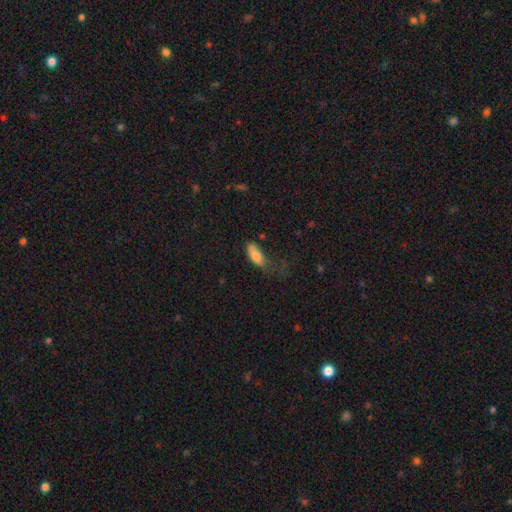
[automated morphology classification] The model was most divided on "merging": major disturbance: 39%, minor disturbance: 31%, none: 25%, merger: 5%. More confident: how rounded — in between (82%); smooth or featured — smooth (81%).